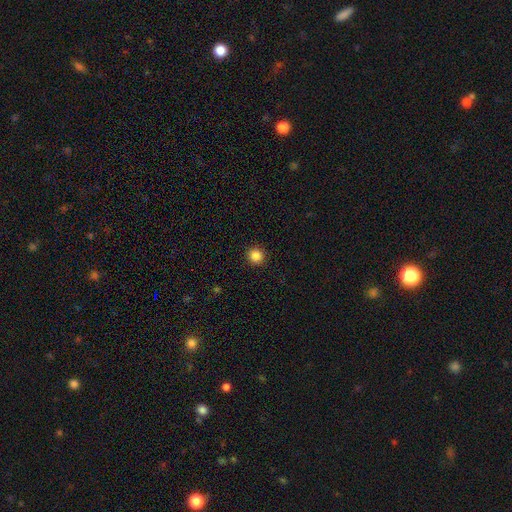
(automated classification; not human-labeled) smooth_or_featured: smooth (p=0.86) [alt: star or artifact p=0.11]
how_rounded: round (p=0.94) [alt: in between p=0.05]
merging: none (p=0.92) [alt: minor disturbance p=0.05]